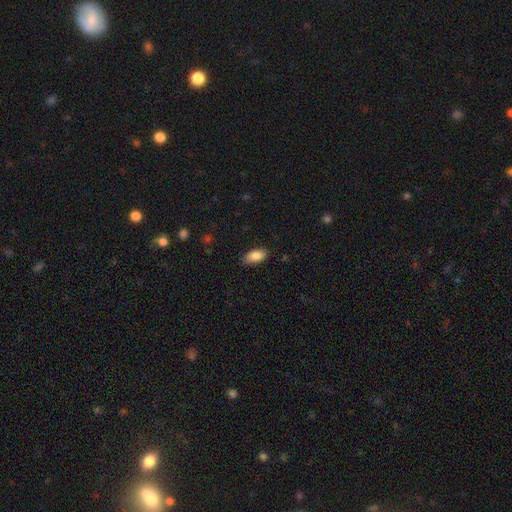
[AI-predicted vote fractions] Q: Smooth or featured?
A: smooth (87%); runner-up: star or artifact (7%)
Q: How rounded?
A: in between (91%); runner-up: cigar-shaped (6%)
Q: Merging?
A: none (85%); runner-up: minor disturbance (12%)